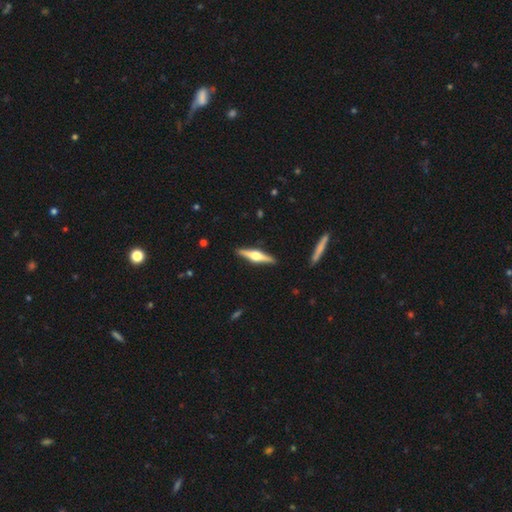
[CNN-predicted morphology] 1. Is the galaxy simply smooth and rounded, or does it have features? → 76% featured or disk, 19% smooth, 5% star or artifact.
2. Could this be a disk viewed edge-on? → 98% yes, 2% no.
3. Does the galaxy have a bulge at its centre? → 93% rounded, 5% boxy, 2% none.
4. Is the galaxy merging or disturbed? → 91% none, 6% minor disturbance, 1% major disturbance, 1% merger.